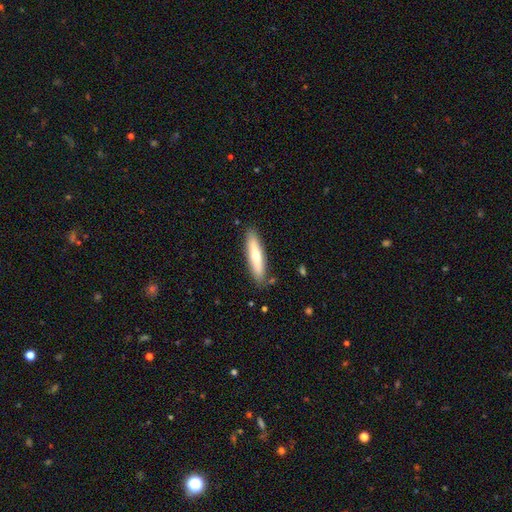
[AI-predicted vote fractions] Morphology: type=smooth (61%); roundness=cigar-shaped (80%); merging=none (86%).